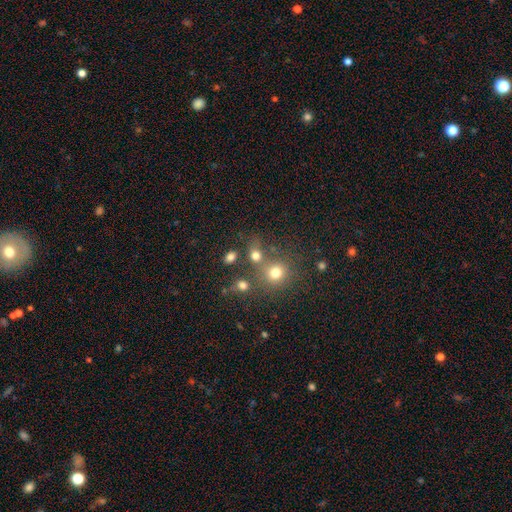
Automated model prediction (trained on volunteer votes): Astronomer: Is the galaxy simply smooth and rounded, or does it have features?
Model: smooth — 74%.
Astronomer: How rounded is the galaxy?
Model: round — 54% (runner-up: in between, 44%).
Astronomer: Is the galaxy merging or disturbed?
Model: none — 59%.